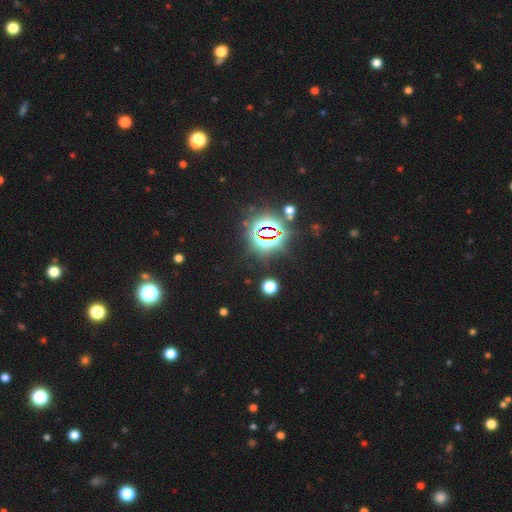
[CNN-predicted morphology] A star or artifact, not a galaxy (84%).